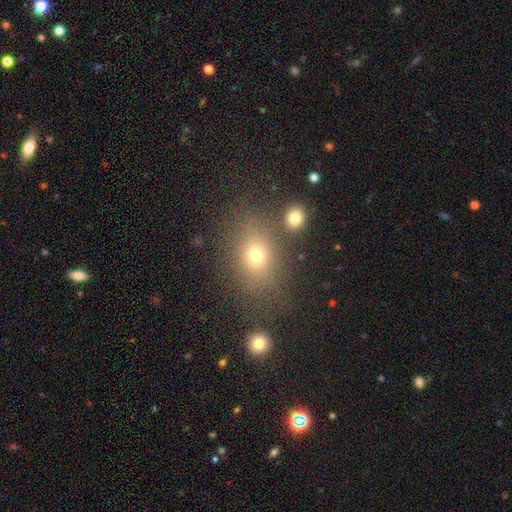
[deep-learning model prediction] Smooth or featured? smooth (68%)
How rounded? in between (63%)
Merging? none (73%)